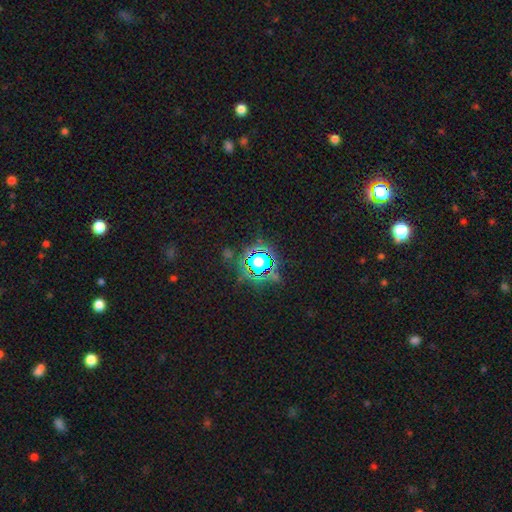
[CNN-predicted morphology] Smooth or featured? star or artifact (66%)